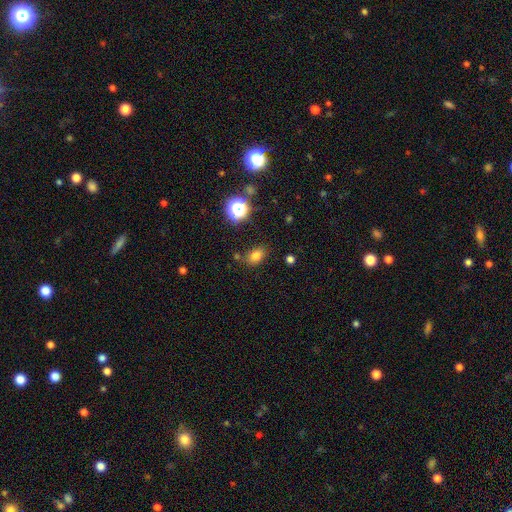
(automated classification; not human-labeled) smooth 77%, star or artifact 16%, featured or disk 7%. Down the decision tree: how rounded — in between (71%); merging — none (78%).